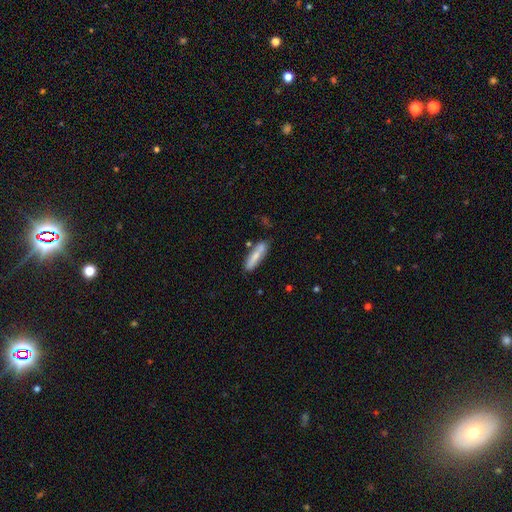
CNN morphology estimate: type=smooth (73%); roundness=cigar-shaped (74%); merging=none (73%).